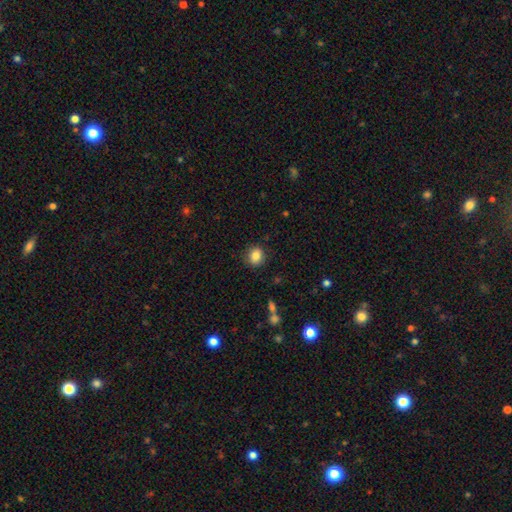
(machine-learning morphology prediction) Smooth or featured?
  - smooth: 85% *
  - star or artifact: 10%
  - featured or disk: 6%
How rounded?
  - round: 71% *
  - in between: 28%
  - cigar-shaped: 1%
Merging?
  - none: 87% *
  - minor disturbance: 9%
  - major disturbance: 3%
  - merger: 1%